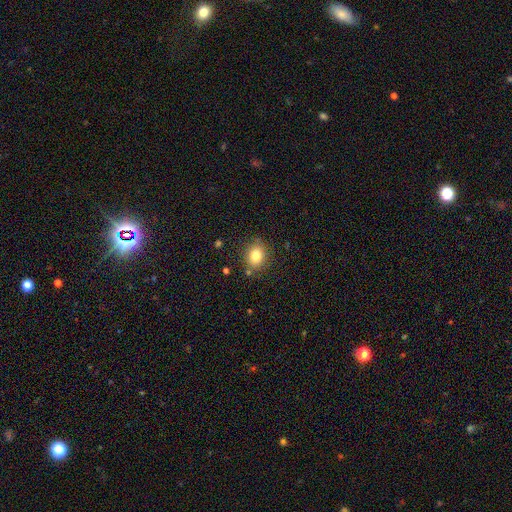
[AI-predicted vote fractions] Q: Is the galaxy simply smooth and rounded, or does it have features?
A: smooth — 80%.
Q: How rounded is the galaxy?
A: round — 59%.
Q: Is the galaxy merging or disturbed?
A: none — 82%.